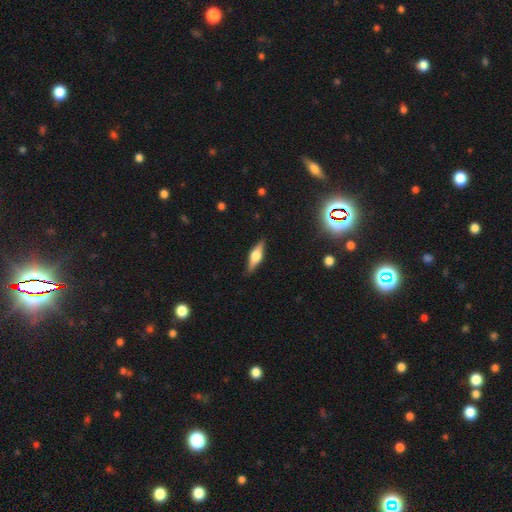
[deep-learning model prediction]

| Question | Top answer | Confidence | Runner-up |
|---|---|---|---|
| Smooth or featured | featured or disk | 59% | smooth (34%) |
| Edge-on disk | yes | 95% | no (5%) |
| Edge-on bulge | rounded | 90% | boxy (8%) |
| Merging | none | 87% | minor disturbance (9%) |